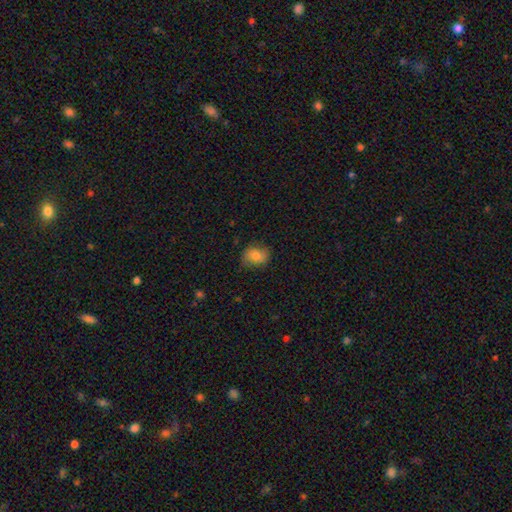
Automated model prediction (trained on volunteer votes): smooth_or_featured: smooth (p=0.77) [alt: featured or disk p=0.14]
how_rounded: round (p=0.50) [alt: in between p=0.49]
merging: none (p=0.75) [alt: minor disturbance p=0.19]